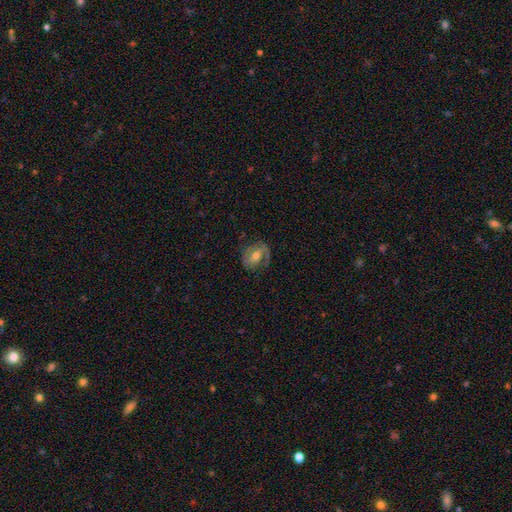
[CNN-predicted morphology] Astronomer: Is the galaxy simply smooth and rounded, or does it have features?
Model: featured or disk — 54% (runner-up: smooth, 37%).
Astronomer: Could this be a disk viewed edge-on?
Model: no — 95%.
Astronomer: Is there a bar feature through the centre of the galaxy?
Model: no — 40% (runner-up: weak, 38%).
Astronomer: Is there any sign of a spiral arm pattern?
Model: yes — 69%.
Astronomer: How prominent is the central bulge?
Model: moderate — 67%.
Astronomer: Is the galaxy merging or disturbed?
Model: none — 67%.